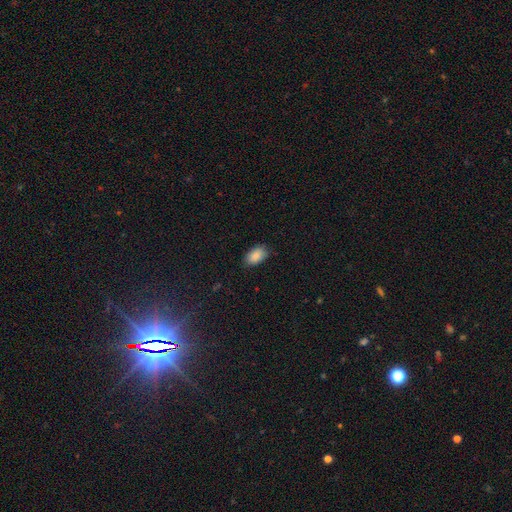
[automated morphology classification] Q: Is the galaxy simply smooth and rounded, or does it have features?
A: smooth — 88%.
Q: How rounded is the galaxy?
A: in between — 93%.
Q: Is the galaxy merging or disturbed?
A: none — 82%.